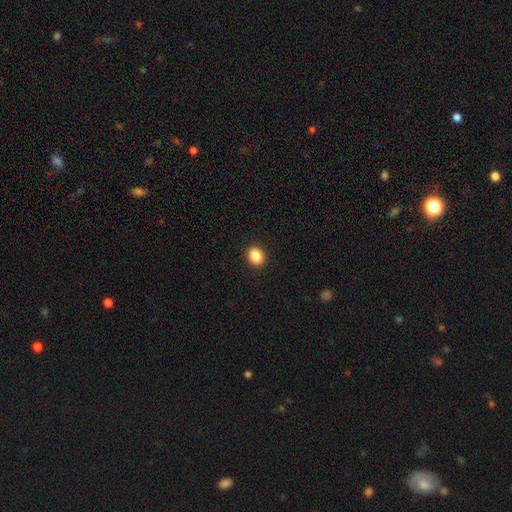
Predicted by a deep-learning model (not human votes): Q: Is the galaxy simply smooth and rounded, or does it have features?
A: smooth — 88%.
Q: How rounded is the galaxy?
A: in between — 56%.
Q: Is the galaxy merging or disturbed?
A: none — 91%.